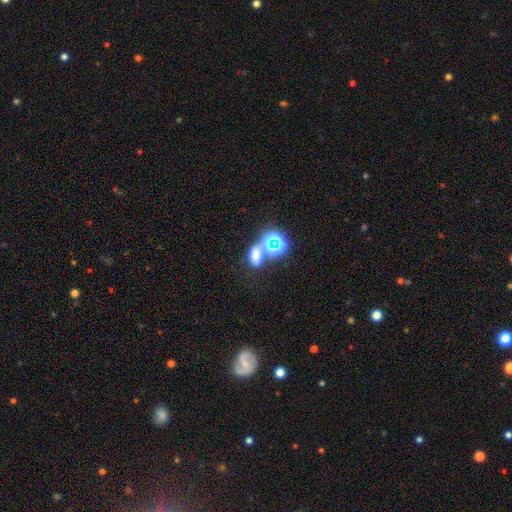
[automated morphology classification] This appears to be a smooth galaxy with no disk features (61%) that is in between round and cigar-shaped (70%). Merging: none (51%).